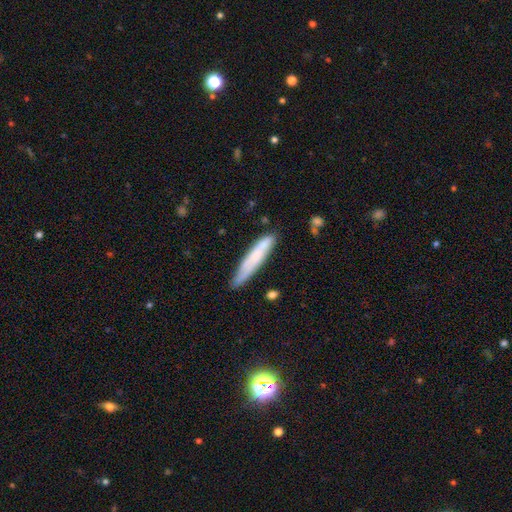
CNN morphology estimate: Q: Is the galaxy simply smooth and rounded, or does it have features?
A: smooth — 67%.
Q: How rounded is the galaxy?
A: cigar-shaped — 90%.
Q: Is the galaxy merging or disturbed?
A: none — 73%.